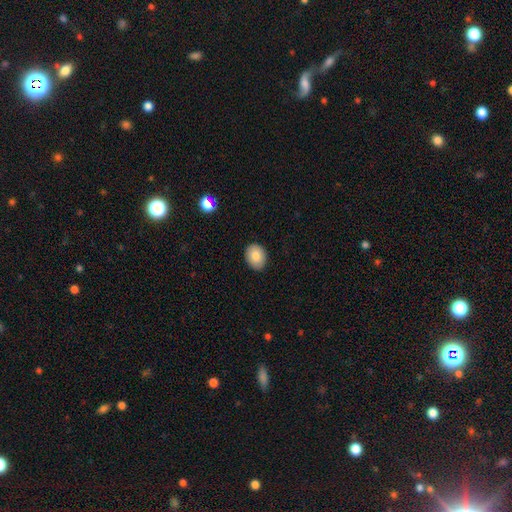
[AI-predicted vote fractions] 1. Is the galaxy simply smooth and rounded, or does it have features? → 83% smooth, 9% featured or disk, 8% star or artifact.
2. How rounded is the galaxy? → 60% in between, 39% round, 1% cigar-shaped.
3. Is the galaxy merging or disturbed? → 88% none, 9% minor disturbance, 2% major disturbance, 1% merger.